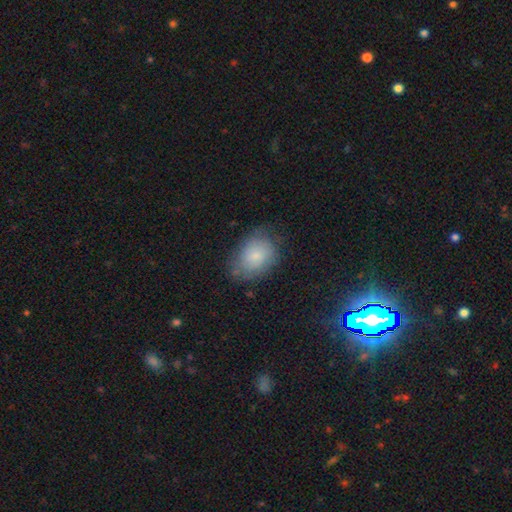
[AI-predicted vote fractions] Smooth or featured? smooth (78%)
How rounded? in between (74%)
Merging? none (65%)